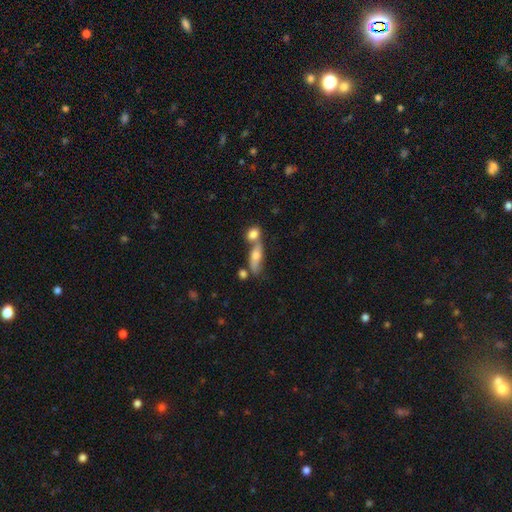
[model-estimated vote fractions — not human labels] smooth_or_featured: smooth (p=0.61) [alt: featured or disk p=0.30]
how_rounded: in between (p=0.51) [alt: cigar-shaped p=0.42]
merging: merger (p=0.42) [alt: none p=0.41]